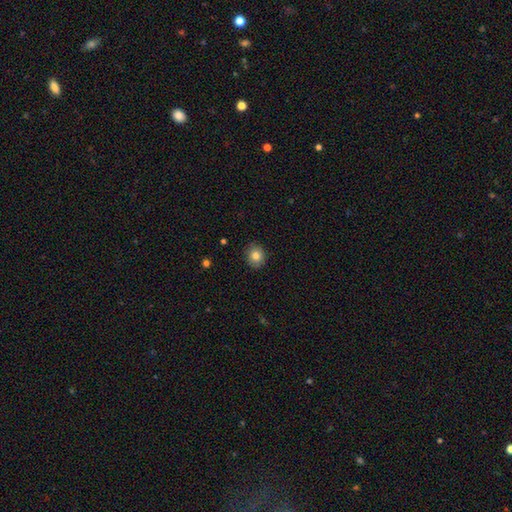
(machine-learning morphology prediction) Smooth or featured: smooth — 83% (star or artifact — 9%)
How rounded: round — 72% (in between — 27%)
Merging: none — 88% (minor disturbance — 9%)